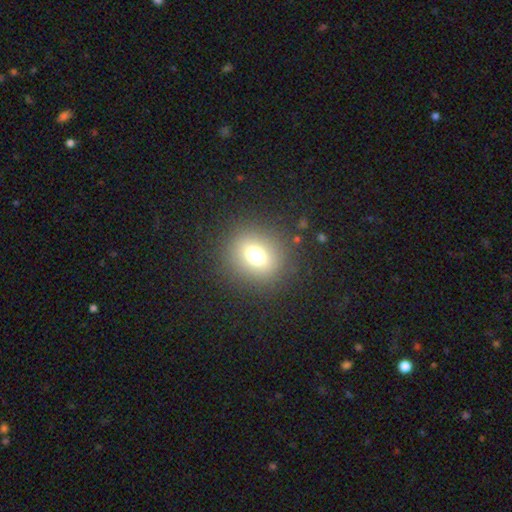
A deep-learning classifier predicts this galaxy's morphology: This appears to be a smooth galaxy with no disk features (69%) that is round (74%). Merging: none (85%).